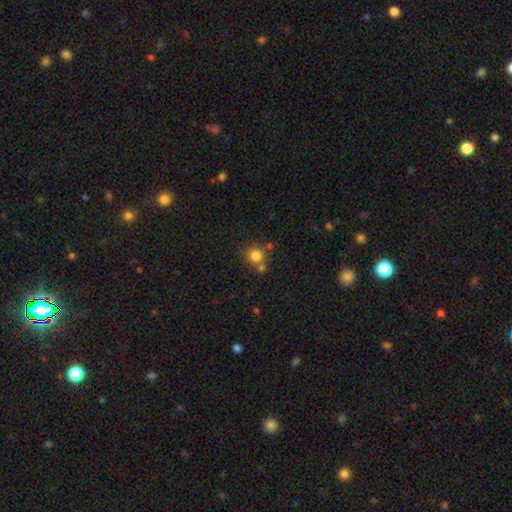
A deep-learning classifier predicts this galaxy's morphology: Smooth or featured? Predicted: smooth (p=0.82). How rounded? Predicted: round (p=0.90). Merging? Predicted: none (p=0.67).